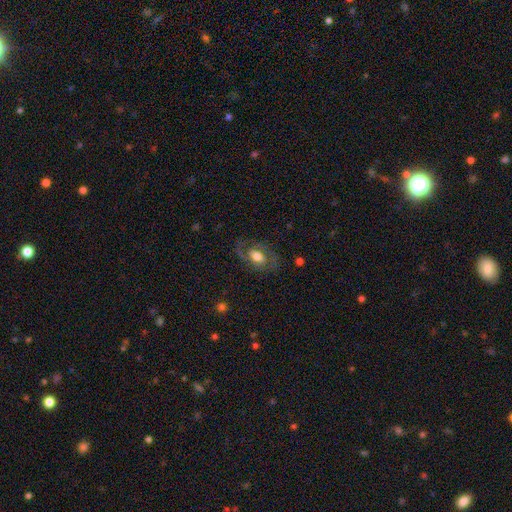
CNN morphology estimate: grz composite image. It shows a featured or disk galaxy (66%) with no bar (61%), spiral arms (79%) and a moderate central bulge (48%). Merging: none (68%).